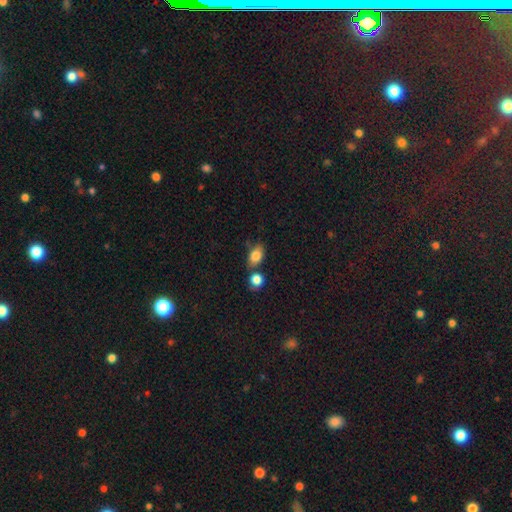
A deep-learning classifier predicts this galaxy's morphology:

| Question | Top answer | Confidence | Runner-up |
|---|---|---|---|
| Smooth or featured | smooth | 82% | featured or disk (9%) |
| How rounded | in between | 78% | round (20%) |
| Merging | none | 58% | merger (21%) |